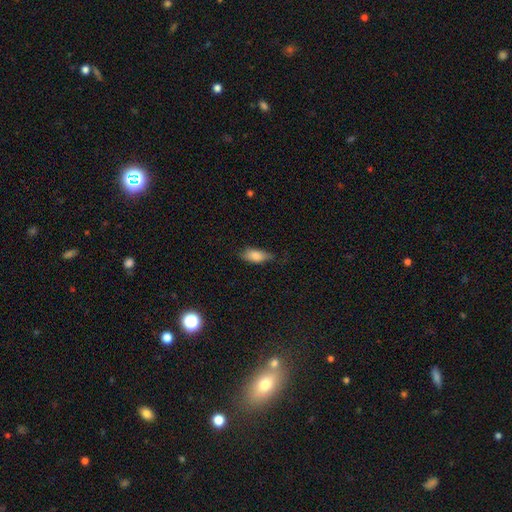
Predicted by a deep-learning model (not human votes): Morphology: type=smooth (80%); roundness=in between (81%); merging=none (66%).